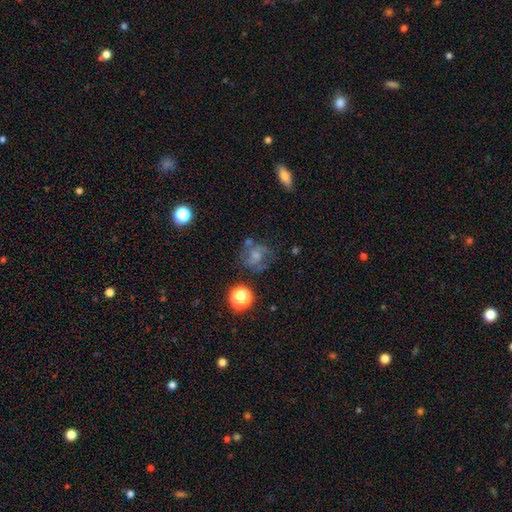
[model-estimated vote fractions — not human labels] Smooth or featured: smooth — 44% (featured or disk — 39%)
Merging: none — 49% (minor disturbance — 22%)